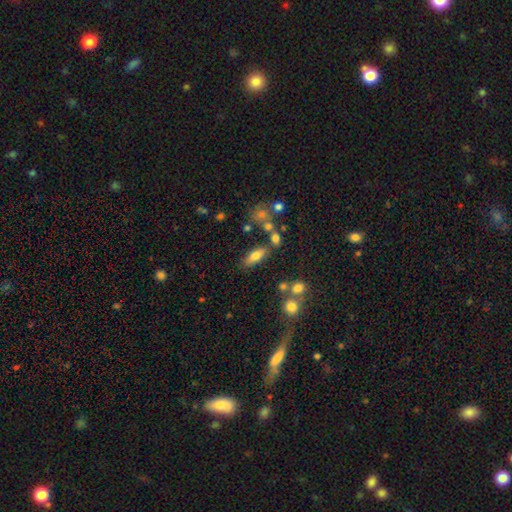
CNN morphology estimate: smooth 70%, featured or disk 21%, star or artifact 9%. Down the decision tree: how rounded — in between (74%); merging — none (71%).